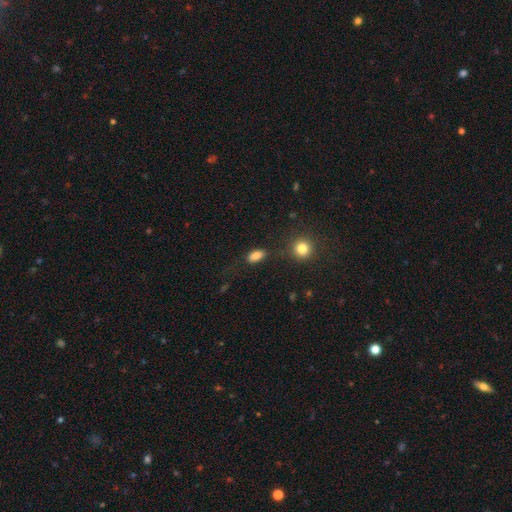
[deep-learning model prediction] Q: Smooth or featured?
A: smooth (85%); runner-up: star or artifact (10%)
Q: How rounded?
A: in between (88%); runner-up: round (7%)
Q: Merging?
A: none (74%); runner-up: minor disturbance (15%)